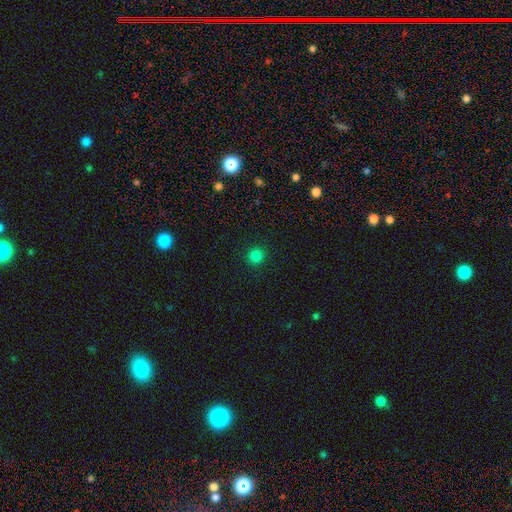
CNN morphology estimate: smooth-or-featured: smooth: 83% | star or artifact: 14% | featured or disk: 3%
  how-rounded: round: 93% | in between: 6% | cigar-shaped: 1%
  merging: none: 92% | minor disturbance: 5% | major disturbance: 2% | merger: 1%